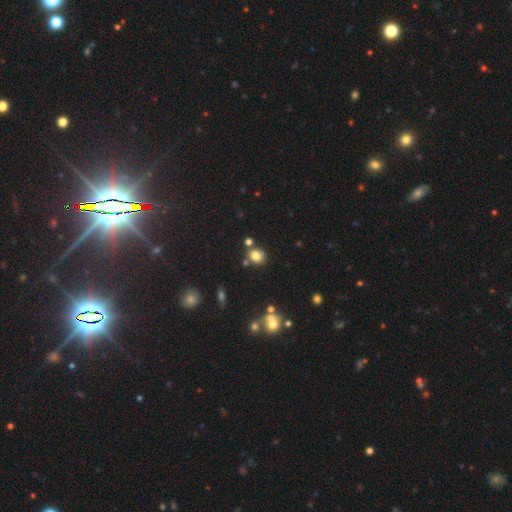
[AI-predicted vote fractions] Q: Smooth or featured?
A: smooth (79%); runner-up: star or artifact (14%)
Q: How rounded?
A: round (77%); runner-up: in between (22%)
Q: Merging?
A: none (76%); runner-up: merger (11%)